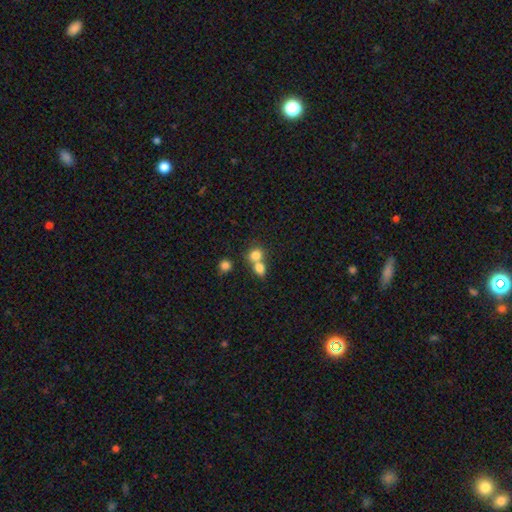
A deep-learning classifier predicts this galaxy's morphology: Smooth or featured: smooth — 78% (star or artifact — 11%)
How rounded: round — 59% (in between — 40%)
Merging: merger — 60% (none — 31%)